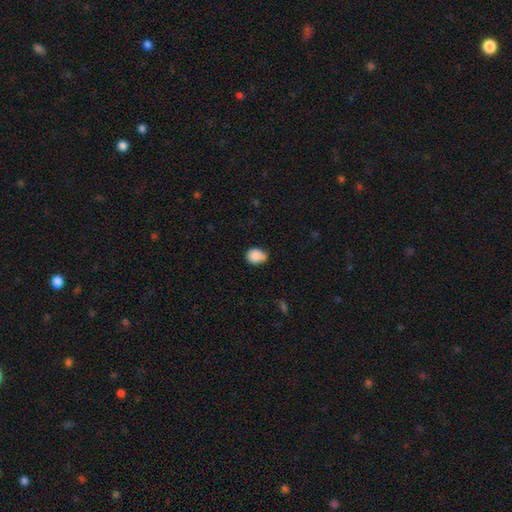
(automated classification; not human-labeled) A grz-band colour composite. It shows a smooth galaxy with no disk features (87%) that is in between round and cigar-shaped (51%). Merging: none (59%).